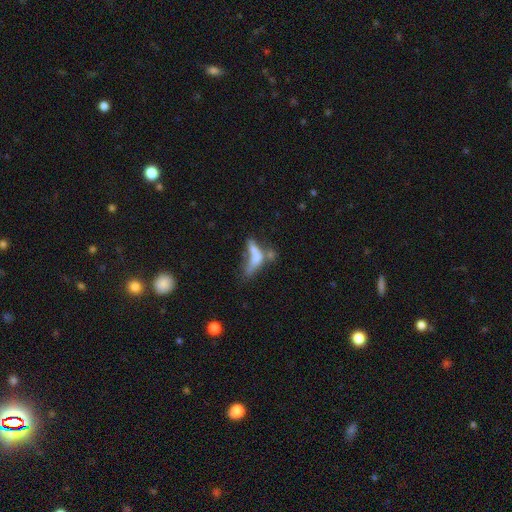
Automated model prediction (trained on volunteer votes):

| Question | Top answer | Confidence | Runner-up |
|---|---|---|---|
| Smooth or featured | smooth | 49% | featured or disk (39%) |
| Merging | merger | 50% | none (20%) |